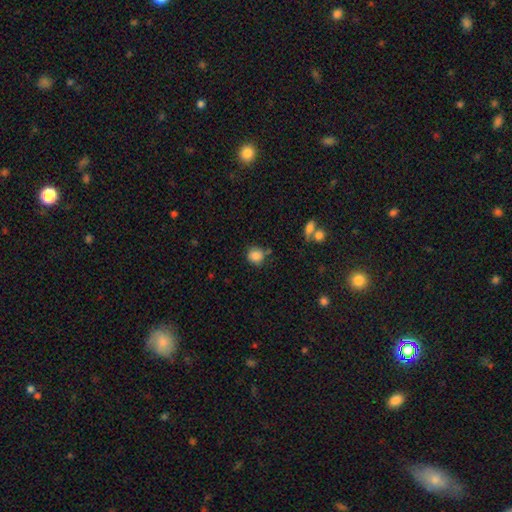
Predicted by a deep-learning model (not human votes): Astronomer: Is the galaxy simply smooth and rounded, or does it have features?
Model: smooth — 85%.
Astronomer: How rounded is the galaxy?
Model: round — 84%.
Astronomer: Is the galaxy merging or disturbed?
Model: none — 72%.